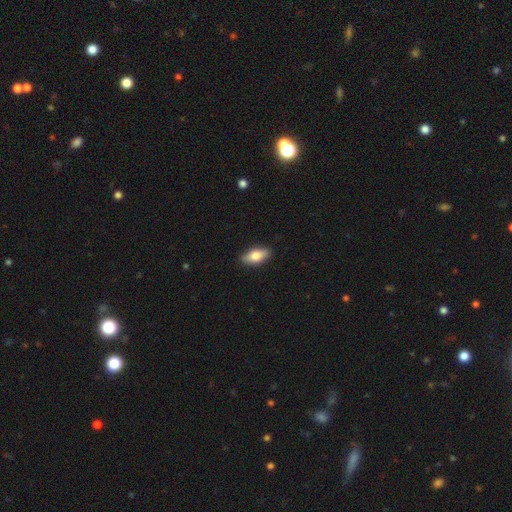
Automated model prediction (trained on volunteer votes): This appears to be a smooth galaxy with no disk features (77%) that is in between round and cigar-shaped (85%). Merging: none (89%).